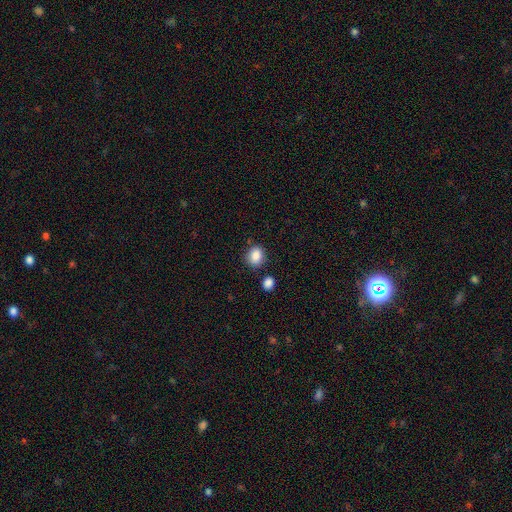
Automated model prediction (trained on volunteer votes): The model was most divided on "how rounded": round: 62%, in between: 37%, cigar-shaped: 1%. More confident: smooth or featured — smooth (87%); merging — none (79%).